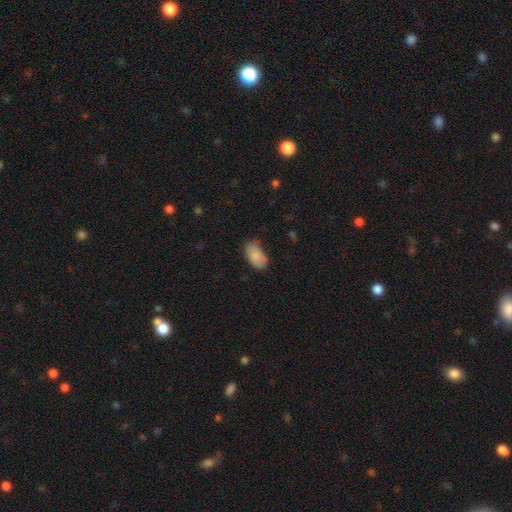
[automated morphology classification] A smooth galaxy with no disk features (86%) that is in between round and cigar-shaped (94%).

Vote fractions:
- Smooth or featured? smooth: 86% / featured or disk: 8% / star or artifact: 7%
- How rounded? in between: 94% / round: 4% / cigar-shaped: 2%
- Merging? none: 68% / minor disturbance: 26% / major disturbance: 5% / merger: 2%